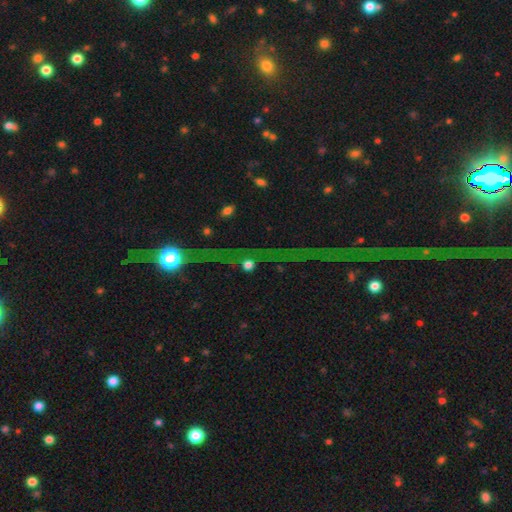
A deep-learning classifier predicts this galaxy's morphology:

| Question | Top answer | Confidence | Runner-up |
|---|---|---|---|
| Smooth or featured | star or artifact | 77% | smooth (12%) |